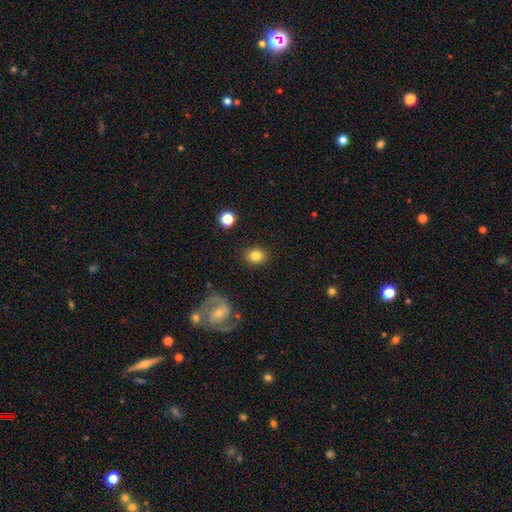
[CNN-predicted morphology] smooth_or_featured: smooth (p=0.82) [alt: star or artifact p=0.10]
how_rounded: round (p=0.63) [alt: in between p=0.36]
merging: none (p=0.87) [alt: minor disturbance p=0.08]